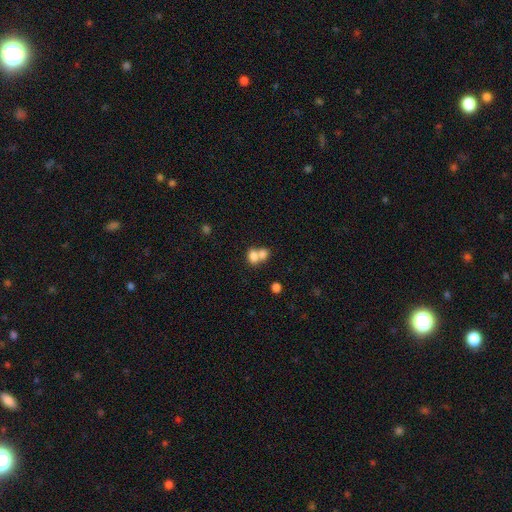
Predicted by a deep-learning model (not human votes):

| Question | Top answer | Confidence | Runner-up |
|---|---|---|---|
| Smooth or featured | smooth | 76% | featured or disk (14%) |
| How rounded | in between | 57% | round (41%) |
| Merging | merger | 68% | none (23%) |